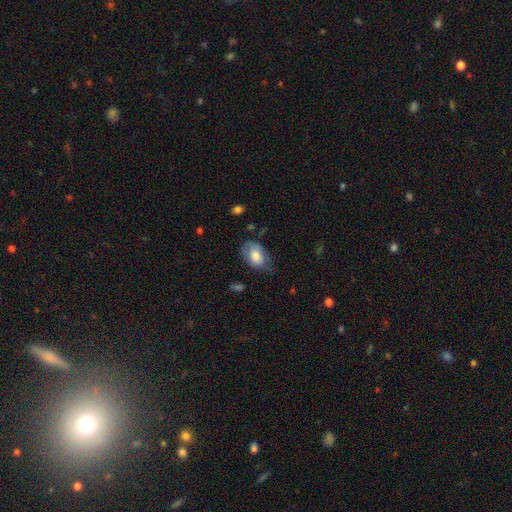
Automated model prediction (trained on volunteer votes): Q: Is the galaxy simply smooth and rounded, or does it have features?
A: smooth — 74%.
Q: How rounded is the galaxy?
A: in between — 87%.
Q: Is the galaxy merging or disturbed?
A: none — 58%.